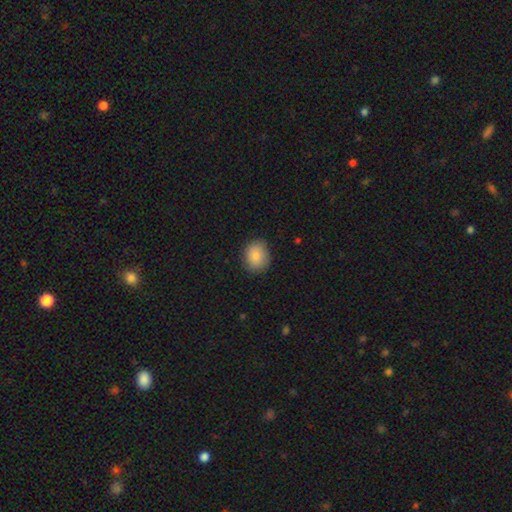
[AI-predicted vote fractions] smooth_or_featured: smooth (p=0.85) [alt: featured or disk p=0.07]
how_rounded: round (p=0.61) [alt: in between p=0.39]
merging: none (p=0.83) [alt: minor disturbance p=0.13]